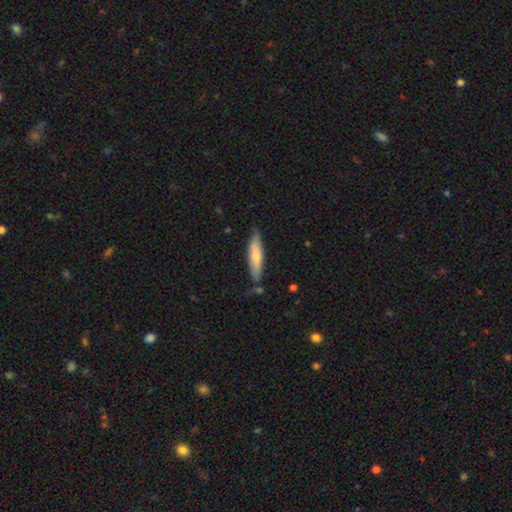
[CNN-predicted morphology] A smooth galaxy with no disk features (72%) that is cigar-shaped (77%).

Vote fractions:
- Smooth or featured? smooth: 72% / featured or disk: 23% / star or artifact: 5%
- How rounded? cigar-shaped: 77% / in between: 21% / round: 1%
- Merging? none: 74% / minor disturbance: 19% / merger: 4% / major disturbance: 4%